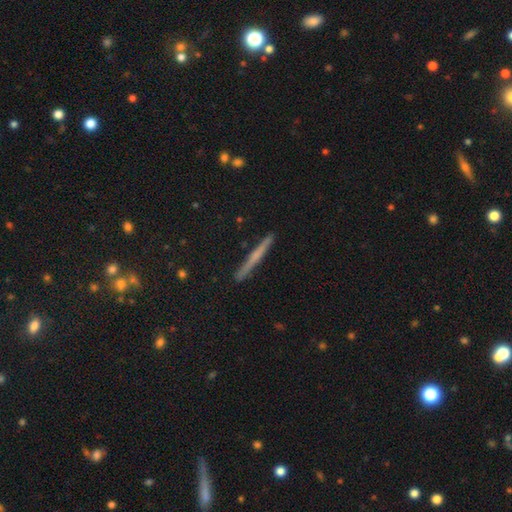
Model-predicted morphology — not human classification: A featured or disk galaxy (49%). Merging: none (91%).